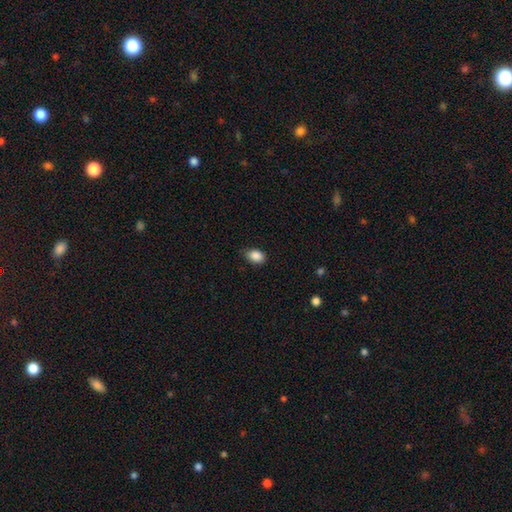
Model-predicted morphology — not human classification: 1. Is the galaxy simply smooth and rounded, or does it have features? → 88% smooth, 8% star or artifact, 4% featured or disk.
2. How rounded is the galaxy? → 80% in between, 19% round, 1% cigar-shaped.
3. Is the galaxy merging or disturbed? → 78% none, 18% minor disturbance, 3% major disturbance, 1% merger.